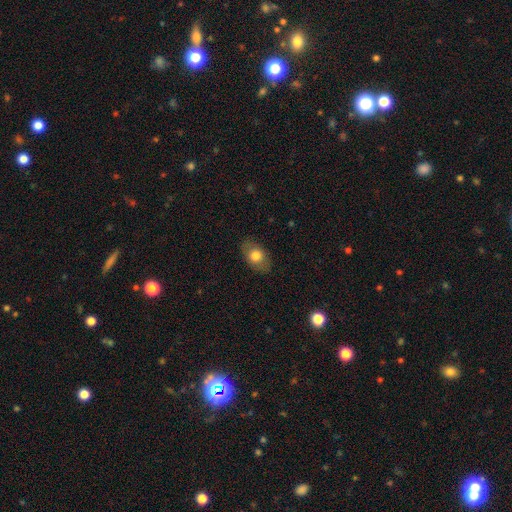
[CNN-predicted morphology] smooth-or-featured: smooth: 75% | featured or disk: 17% | star or artifact: 7%
  how-rounded: in between: 82% | round: 16% | cigar-shaped: 2%
  merging: none: 84% | minor disturbance: 12% | major disturbance: 3% | merger: 1%